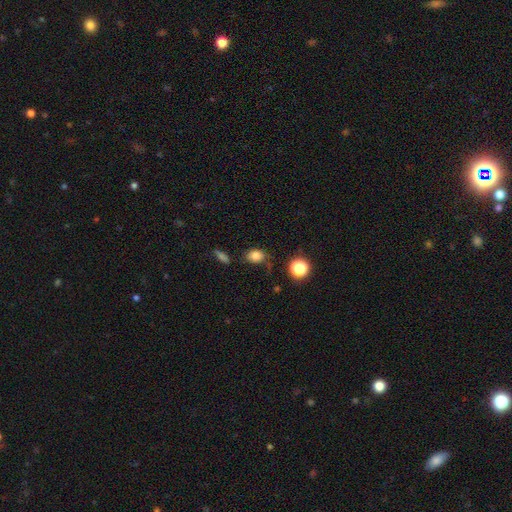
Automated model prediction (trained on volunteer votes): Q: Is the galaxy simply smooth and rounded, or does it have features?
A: smooth — 81%.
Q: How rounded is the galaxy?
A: in between — 68%.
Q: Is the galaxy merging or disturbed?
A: none — 69%.